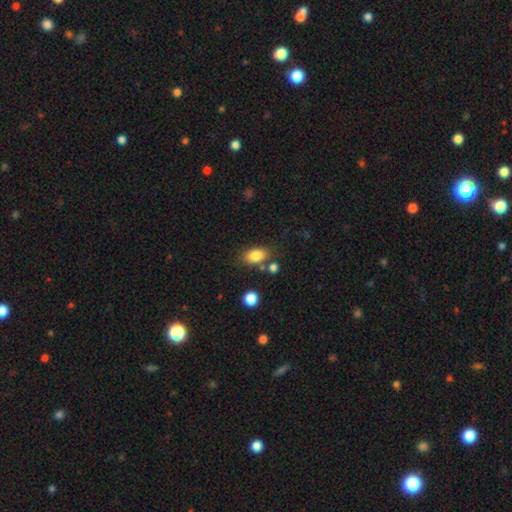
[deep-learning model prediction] Smooth or featured? smooth (84%)
How rounded? in between (87%)
Merging? none (72%)